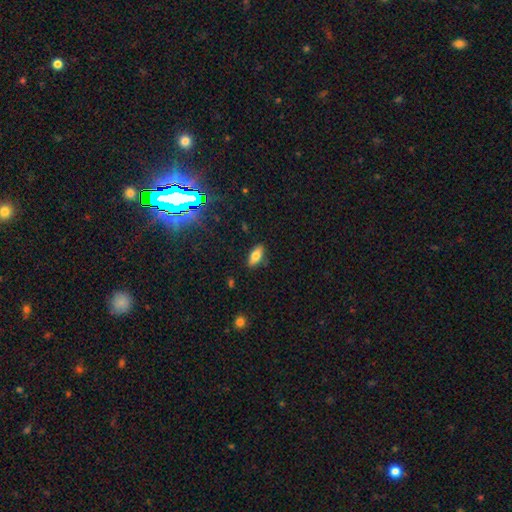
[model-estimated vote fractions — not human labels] Morphology: type=smooth (74%); roundness=in between (85%); merging=none (86%).